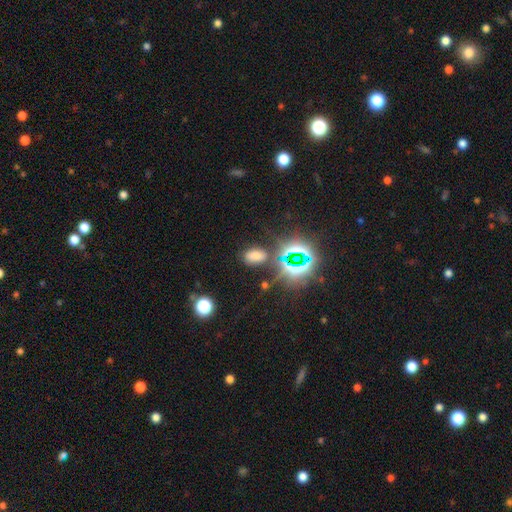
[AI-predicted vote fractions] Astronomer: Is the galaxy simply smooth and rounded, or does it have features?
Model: smooth — 55% (runner-up: star or artifact, 36%).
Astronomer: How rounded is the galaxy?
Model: in between — 88%.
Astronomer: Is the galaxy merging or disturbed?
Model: none — 76%.